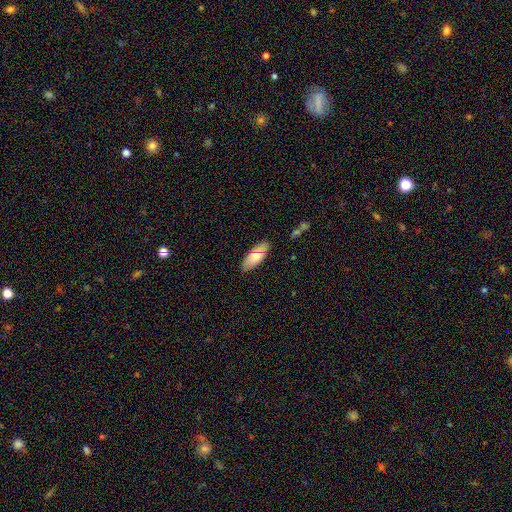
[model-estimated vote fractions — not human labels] Smooth or featured? Predicted: smooth (p=0.72). How rounded? Predicted: in between (p=0.81). Merging? Predicted: none (p=0.82).